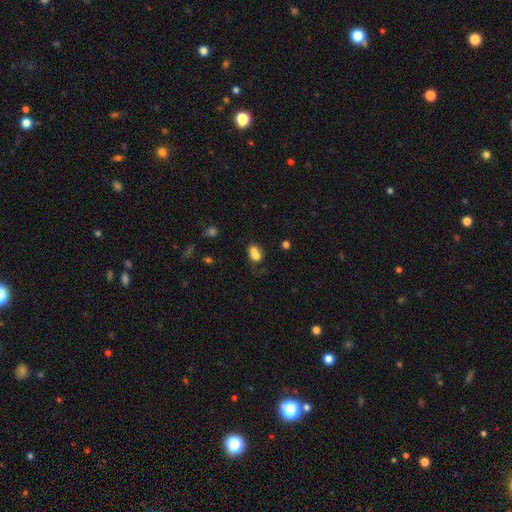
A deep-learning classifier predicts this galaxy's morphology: Q: Smooth or featured?
A: smooth (71%); runner-up: featured or disk (16%)
Q: How rounded?
A: in between (55%); runner-up: round (43%)
Q: Merging?
A: merger (59%); runner-up: none (26%)